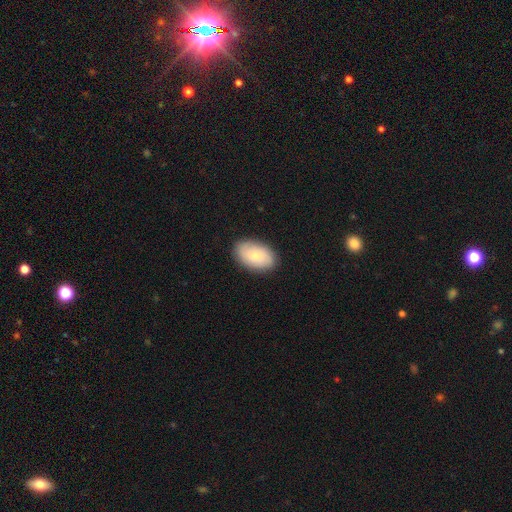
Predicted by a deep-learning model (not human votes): Overall: smooth (74%). How rounded: in between (93%). Merging: none (87%).